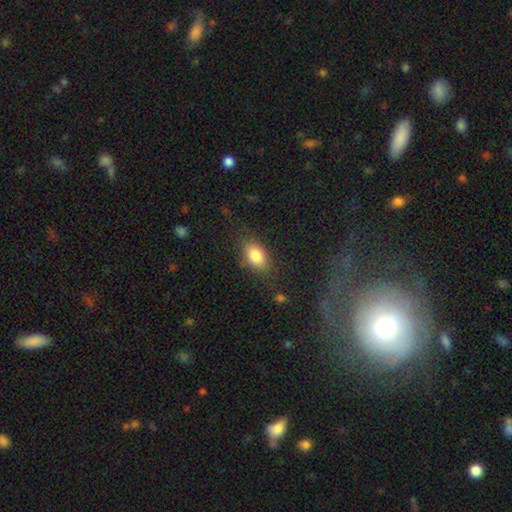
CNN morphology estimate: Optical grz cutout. It shows a smooth galaxy with no disk features (83%) that is in between round and cigar-shaped (87%). Merging: none (79%).